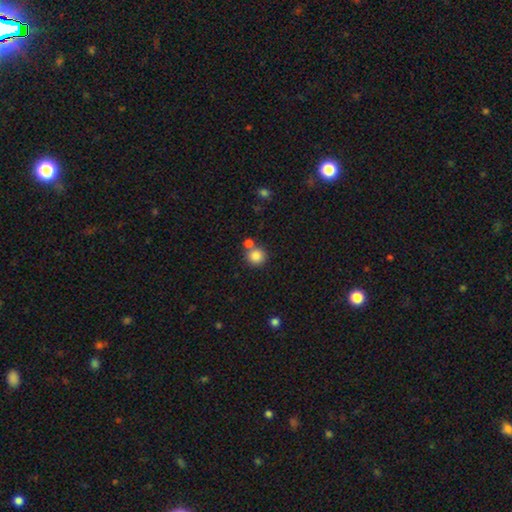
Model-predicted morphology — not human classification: type=smooth (85%); roundness=round (93%); merging=none (68%).